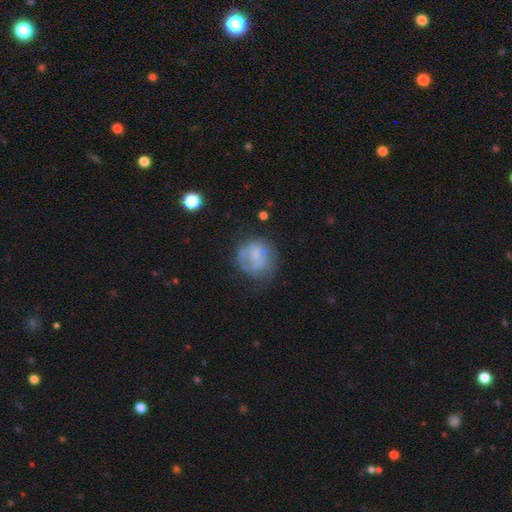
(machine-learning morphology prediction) smooth_or_featured: smooth (p=0.50) [alt: featured or disk p=0.40]
how_rounded: round (p=0.76) [alt: in between p=0.23]
merging: none (p=0.49) [alt: minor disturbance p=0.26]